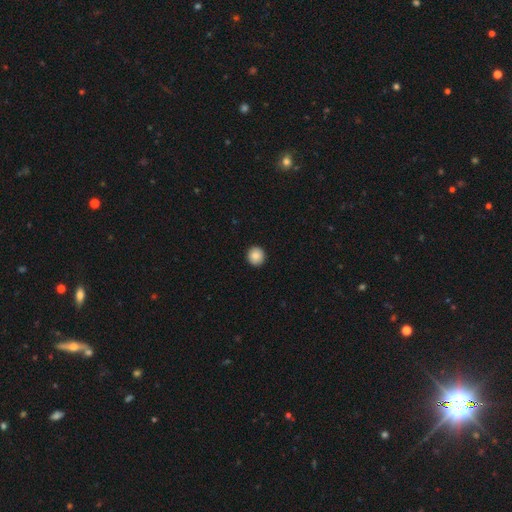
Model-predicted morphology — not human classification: Smooth or featured: smooth — 88% (star or artifact — 8%)
How rounded: round — 91% (in between — 8%)
Merging: none — 92% (minor disturbance — 5%)